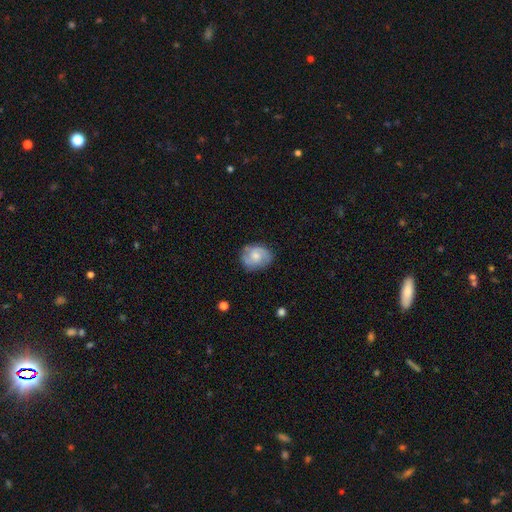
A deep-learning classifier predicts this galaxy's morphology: The model was most divided on "smooth or featured": featured or disk: 47%, smooth: 46%, star or artifact: 7%. More confident: merging — none (70%).